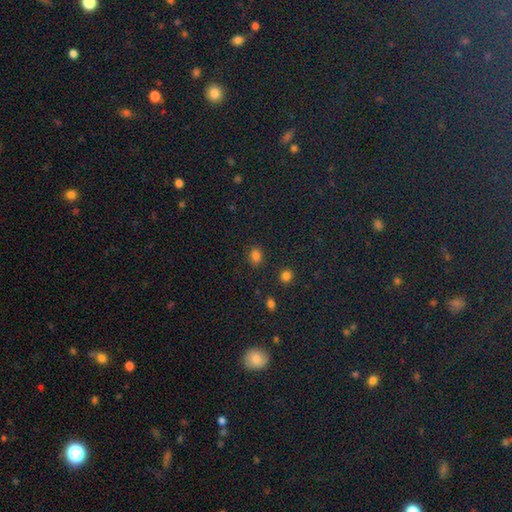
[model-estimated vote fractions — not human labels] Q: Smooth or featured?
A: smooth (79%); runner-up: star or artifact (16%)
Q: How rounded?
A: in between (56%); runner-up: round (43%)
Q: Merging?
A: none (83%); runner-up: minor disturbance (11%)